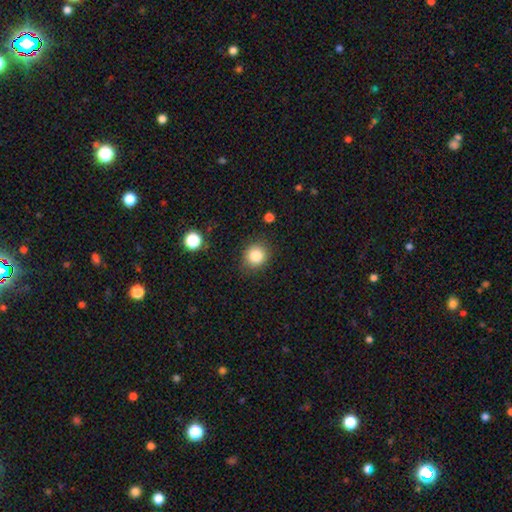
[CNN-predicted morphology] Overall: smooth (84%). How rounded: round (82%). Merging: none (85%).